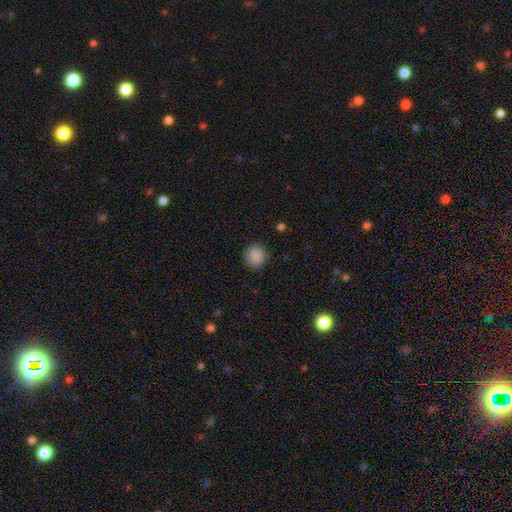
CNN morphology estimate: smooth_or_featured: smooth (p=0.88) [alt: star or artifact p=0.08]
how_rounded: round (p=0.91) [alt: in between p=0.08]
merging: none (p=0.88) [alt: minor disturbance p=0.08]